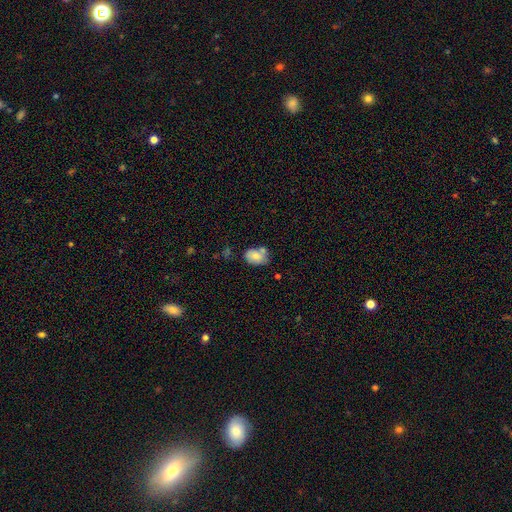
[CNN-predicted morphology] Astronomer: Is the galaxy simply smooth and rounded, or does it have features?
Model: smooth — 75%.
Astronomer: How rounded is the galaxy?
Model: in between — 77%.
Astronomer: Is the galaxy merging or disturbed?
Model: none — 53%.